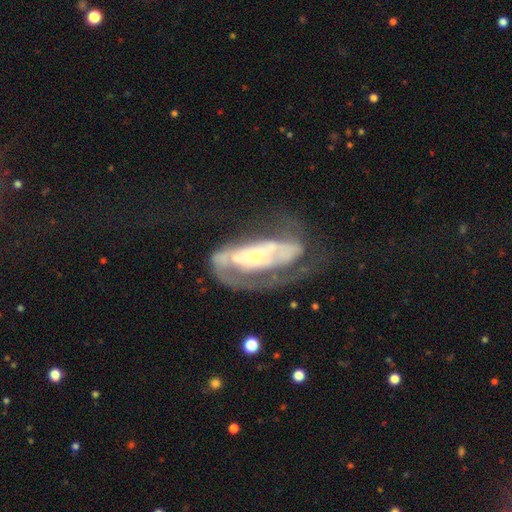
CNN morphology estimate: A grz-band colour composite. It shows a featured or disk galaxy (74%) with no bar (58%), spiral arms (73%) and a small central bulge (49%). Merging: major disturbance (46%).